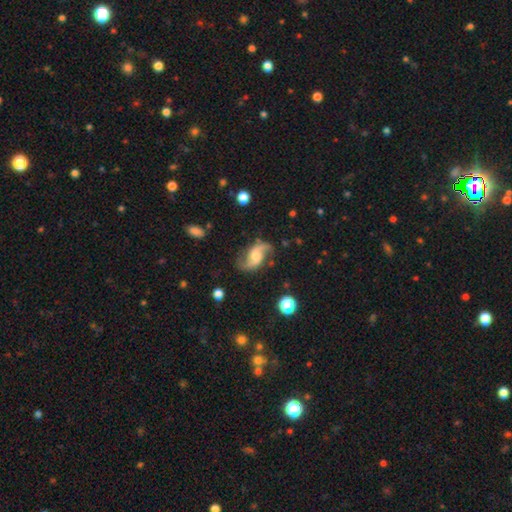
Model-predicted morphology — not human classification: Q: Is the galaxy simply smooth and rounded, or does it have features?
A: featured or disk — 87%.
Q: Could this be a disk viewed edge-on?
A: no — 97%.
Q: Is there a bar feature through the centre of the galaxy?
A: no — 46%.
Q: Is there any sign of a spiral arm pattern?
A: yes — 97%.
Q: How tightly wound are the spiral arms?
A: loose — 63%.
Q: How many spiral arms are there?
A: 2 — 93%.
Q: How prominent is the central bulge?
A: moderate — 48%.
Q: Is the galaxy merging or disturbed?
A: none — 76%.